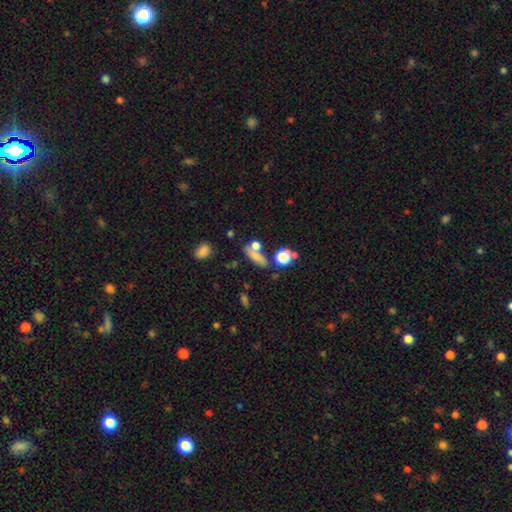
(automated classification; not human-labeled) Morphology: type=smooth (69%); roundness=in between (49%); merging=none (50%).